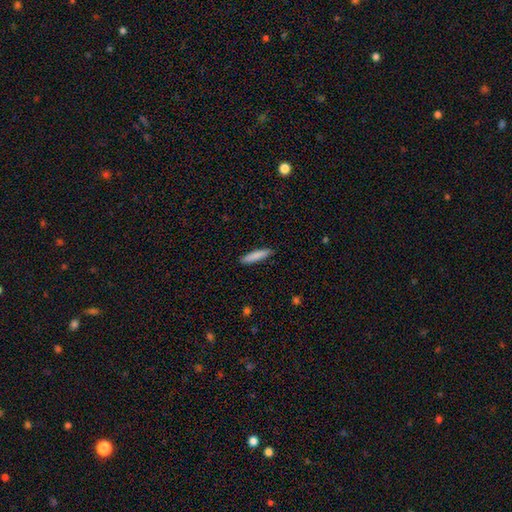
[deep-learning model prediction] A smooth galaxy with no disk features (85%) that is cigar-shaped (84%).

Vote fractions:
- Smooth or featured? smooth: 85% / featured or disk: 9% / star or artifact: 6%
- How rounded? cigar-shaped: 84% / in between: 15% / round: 1%
- Merging? none: 89% / minor disturbance: 8% / major disturbance: 2% / merger: 1%